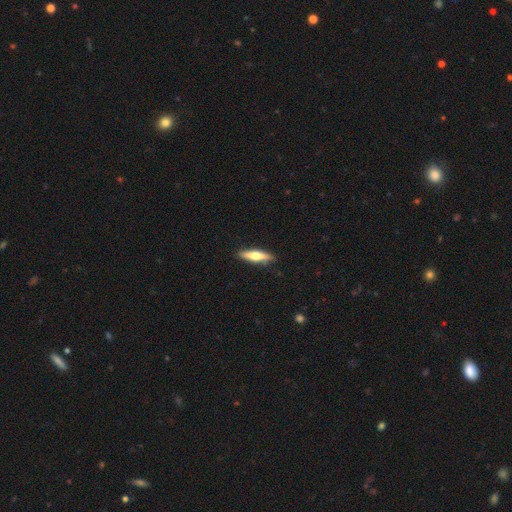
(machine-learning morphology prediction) A smooth galaxy with no disk features (53%) that is cigar-shaped (75%).

Vote fractions:
- Smooth or featured? smooth: 53% / featured or disk: 42% / star or artifact: 5%
- How rounded? cigar-shaped: 75% / in between: 23% / round: 2%
- Merging? none: 90% / minor disturbance: 8% / major disturbance: 2% / merger: 1%